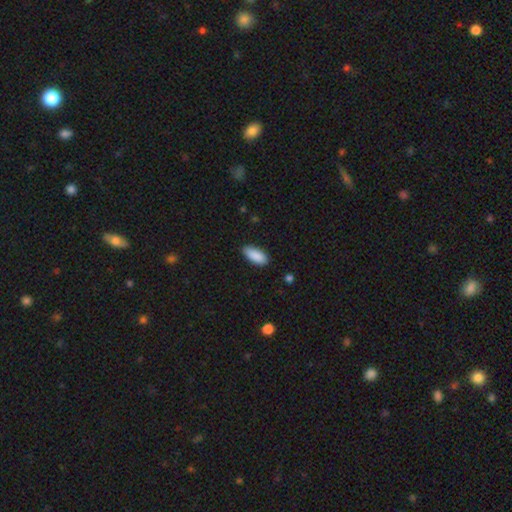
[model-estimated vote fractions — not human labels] This appears to be a smooth galaxy with no disk features (90%) that is in between round and cigar-shaped (88%). Merging: none (84%).